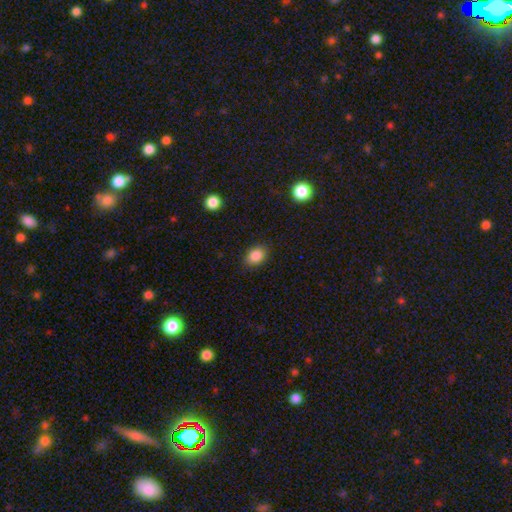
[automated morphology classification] Q: Smooth or featured?
A: smooth (87%); runner-up: star or artifact (9%)
Q: How rounded?
A: in between (72%); runner-up: round (27%)
Q: Merging?
A: none (85%); runner-up: minor disturbance (11%)